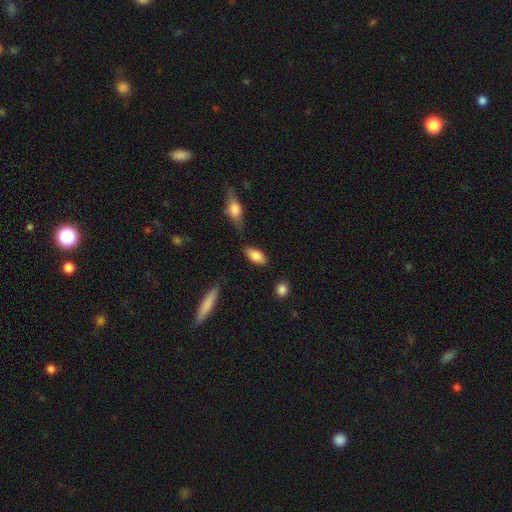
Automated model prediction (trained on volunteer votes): Q: Smooth or featured?
A: smooth (81%); runner-up: featured or disk (12%)
Q: How rounded?
A: in between (86%); runner-up: cigar-shaped (11%)
Q: Merging?
A: none (80%); runner-up: minor disturbance (13%)